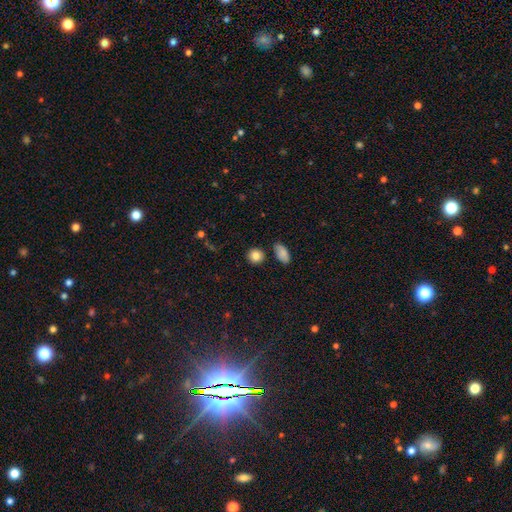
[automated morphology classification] This appears to be a smooth galaxy with no disk features (84%) that is round (85%). Merging: none (83%).